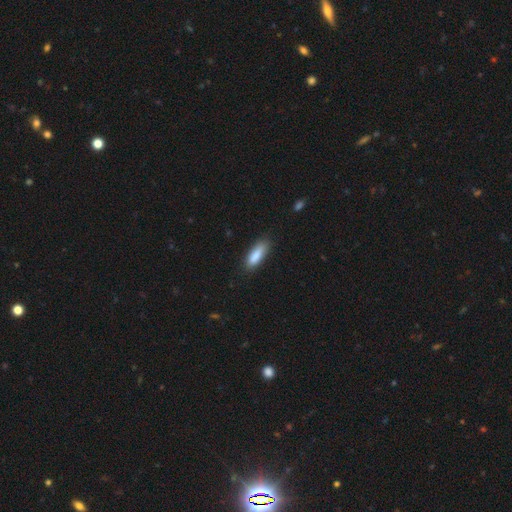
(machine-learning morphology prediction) smooth 87%, featured or disk 7%, star or artifact 7%. Down the decision tree: how rounded — in between (57%); merging — none (80%).